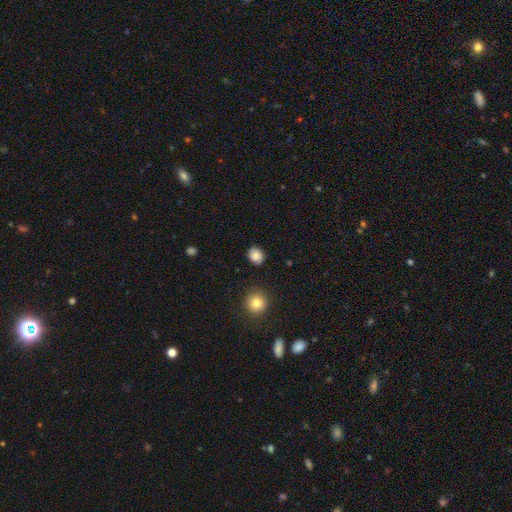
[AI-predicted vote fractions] Smooth or featured? Predicted: smooth (p=0.85). How rounded? Predicted: round (p=0.67). Merging? Predicted: none (p=0.85).